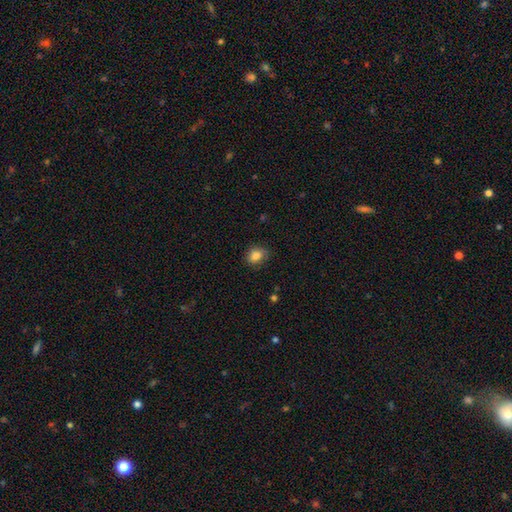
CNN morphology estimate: This is clearly a smooth galaxy (84%). How rounded: possibly round (52%). Merging: likely none (72%).